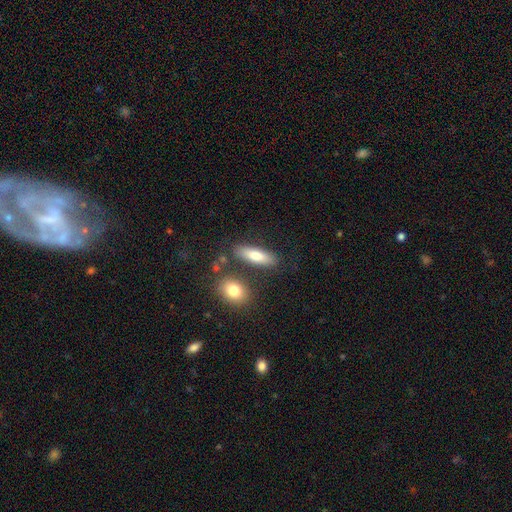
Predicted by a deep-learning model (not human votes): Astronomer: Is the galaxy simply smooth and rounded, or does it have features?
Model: smooth — 78%.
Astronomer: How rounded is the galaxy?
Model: in between — 57% (runner-up: cigar-shaped, 39%).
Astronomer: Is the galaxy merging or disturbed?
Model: none — 78%.